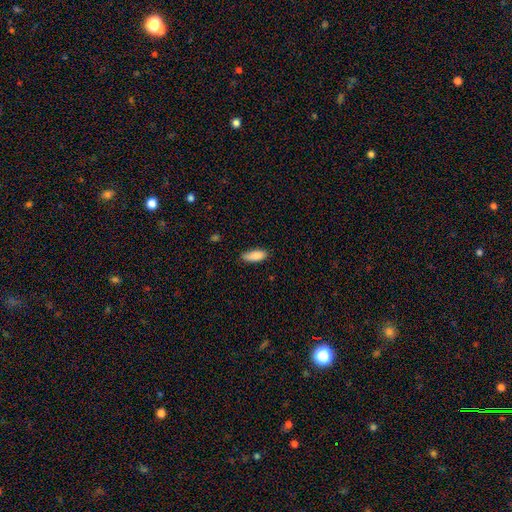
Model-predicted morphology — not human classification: Smooth or featured?
  - smooth: 88% *
  - star or artifact: 7%
  - featured or disk: 5%
How rounded?
  - in between: 75% *
  - cigar-shaped: 23%
  - round: 2%
Merging?
  - none: 73% *
  - minor disturbance: 22%
  - major disturbance: 3%
  - merger: 1%